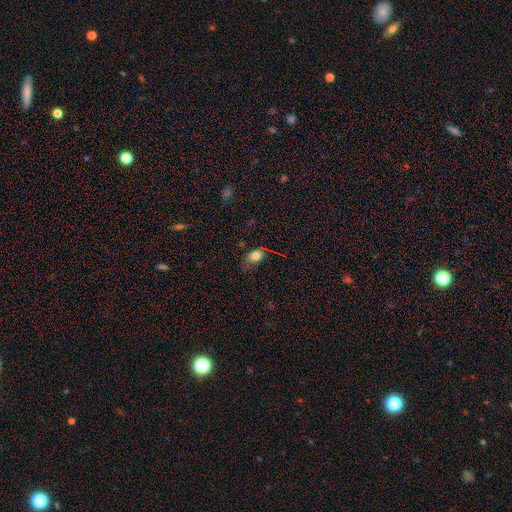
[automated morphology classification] A smooth galaxy with no disk features (78%) that is in between round and cigar-shaped (67%).

Vote fractions:
- Smooth or featured? smooth: 78% / star or artifact: 13% / featured or disk: 9%
- How rounded? in between: 67% / round: 31% / cigar-shaped: 3%
- Merging? none: 51% / minor disturbance: 31% / major disturbance: 15% / merger: 3%